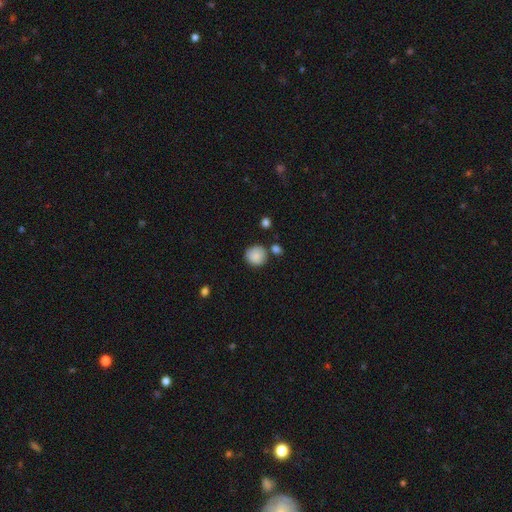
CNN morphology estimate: smooth_or_featured: smooth (p=0.86) [alt: star or artifact p=0.08]
how_rounded: round (p=0.90) [alt: in between p=0.09]
merging: none (p=0.74) [alt: minor disturbance p=0.13]